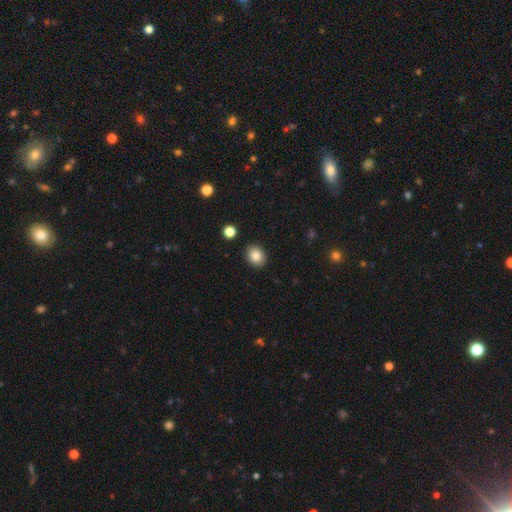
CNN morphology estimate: smooth 84%, star or artifact 9%, featured or disk 7%. Down the decision tree: how rounded — round (61%); merging — none (90%).